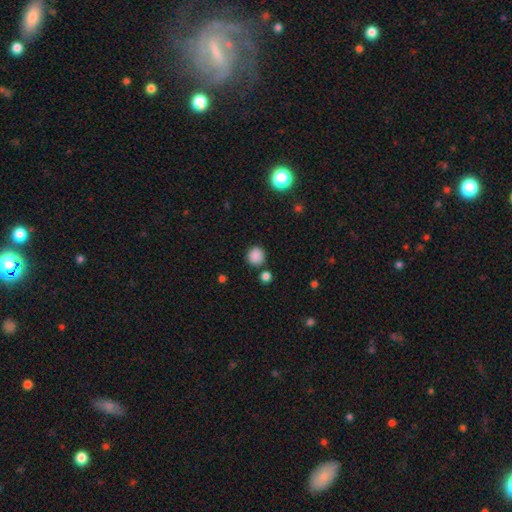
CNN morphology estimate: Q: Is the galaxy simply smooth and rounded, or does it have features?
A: smooth — 85%.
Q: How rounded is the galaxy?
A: round — 91%.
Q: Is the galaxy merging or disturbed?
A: none — 81%.